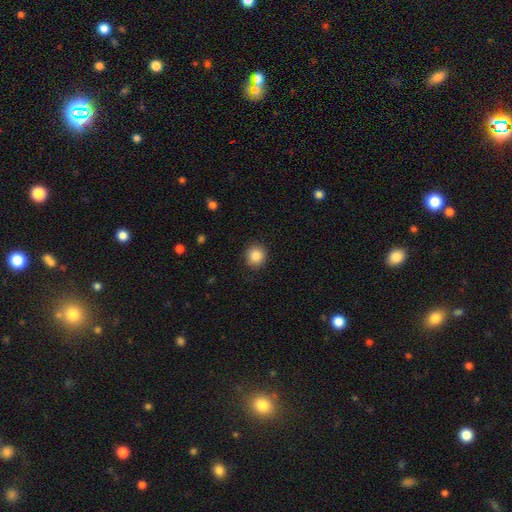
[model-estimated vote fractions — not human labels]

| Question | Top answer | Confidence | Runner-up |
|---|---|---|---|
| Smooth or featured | smooth | 87% | star or artifact (9%) |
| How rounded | round | 90% | in between (9%) |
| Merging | none | 89% | minor disturbance (7%) |